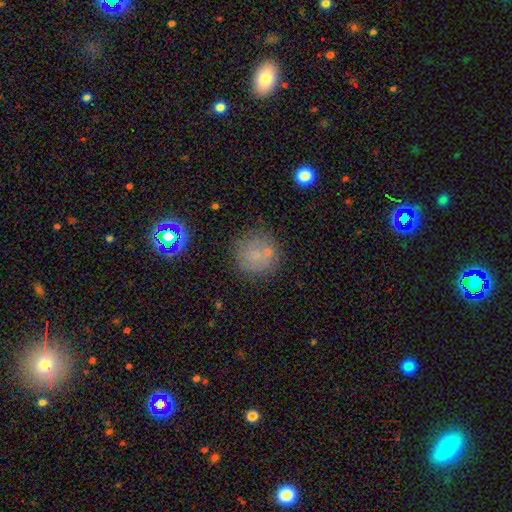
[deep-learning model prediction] Q: Smooth or featured?
A: smooth (70%); runner-up: star or artifact (19%)
Q: How rounded?
A: round (93%); runner-up: in between (6%)
Q: Merging?
A: none (77%); runner-up: minor disturbance (12%)